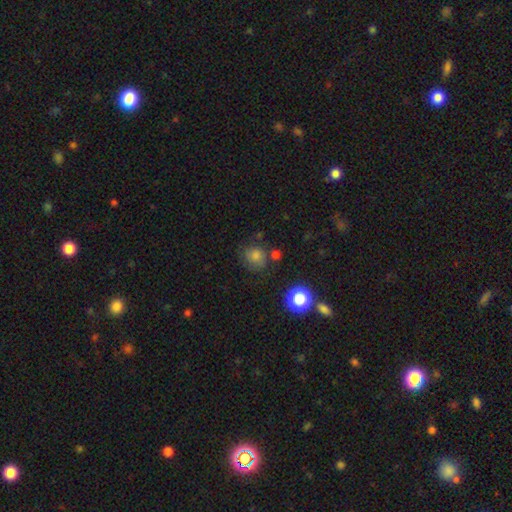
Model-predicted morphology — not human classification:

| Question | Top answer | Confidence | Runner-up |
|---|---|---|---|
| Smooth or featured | smooth | 72% | star or artifact (18%) |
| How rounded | round | 83% | in between (16%) |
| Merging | none | 70% | minor disturbance (17%) |